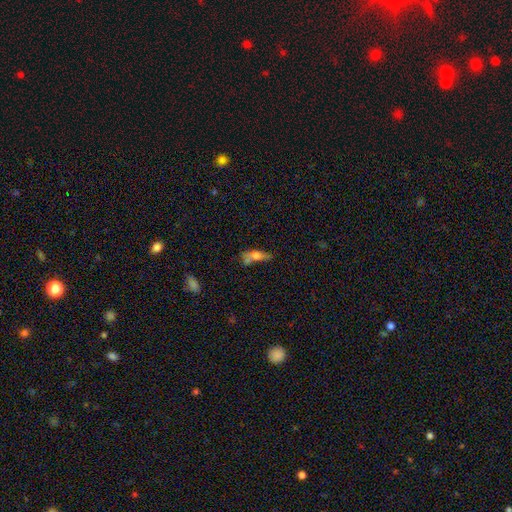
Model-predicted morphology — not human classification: A smooth galaxy with no disk features (56%) that is in between round and cigar-shaped (54%).

Vote fractions:
- Smooth or featured? smooth: 56% / featured or disk: 33% / star or artifact: 11%
- How rounded? in between: 54% / cigar-shaped: 40% / round: 5%
- Merging? none: 36% / merger: 27% / minor disturbance: 21% / major disturbance: 15%